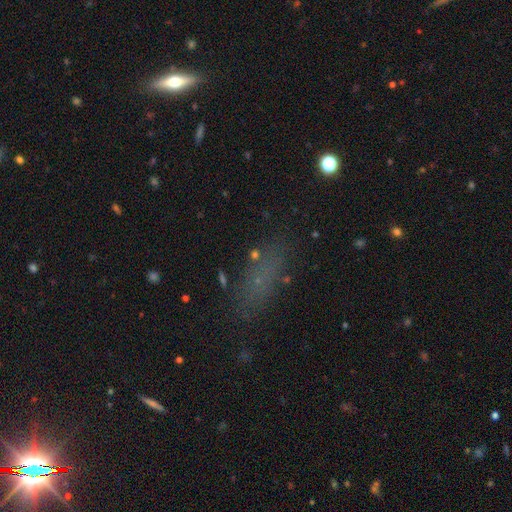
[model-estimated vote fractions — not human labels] smooth_or_featured: smooth (p=0.54) [alt: star or artifact p=0.26]
how_rounded: in between (p=0.65) [alt: cigar-shaped p=0.24]
merging: none (p=0.71) [alt: minor disturbance p=0.16]